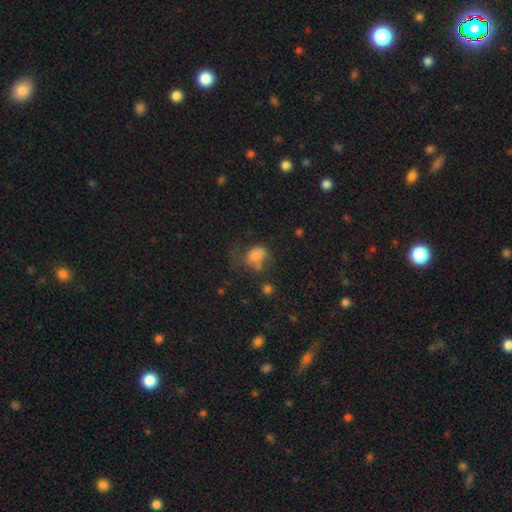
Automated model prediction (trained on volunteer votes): Smooth or featured? smooth (71%)
How rounded? in between (58%)
Merging? major disturbance (34%)